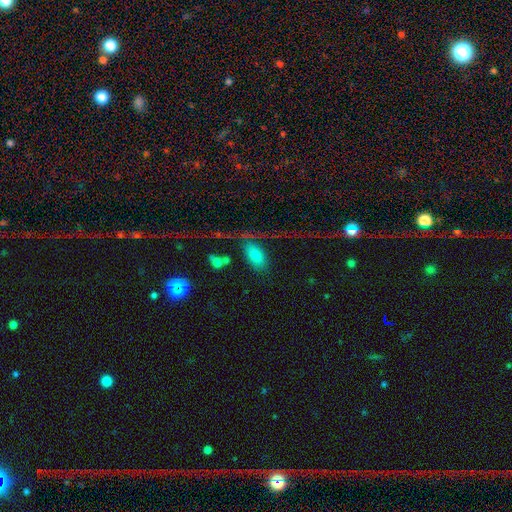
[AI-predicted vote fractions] Smooth or featured? Predicted: smooth (p=0.73). How rounded? Predicted: in between (p=0.92). Merging? Predicted: none (p=0.49).